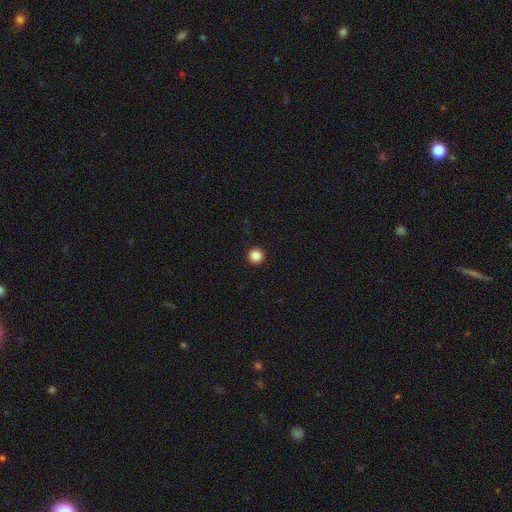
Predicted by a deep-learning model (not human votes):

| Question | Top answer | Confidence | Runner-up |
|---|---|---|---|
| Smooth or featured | smooth | 87% | star or artifact (11%) |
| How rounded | round | 96% | in between (3%) |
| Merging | none | 94% | minor disturbance (4%) |